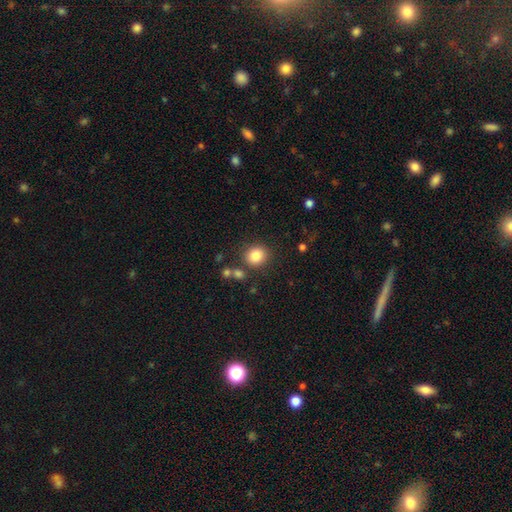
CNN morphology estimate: type=smooth (84%); roundness=round (80%); merging=none (83%).